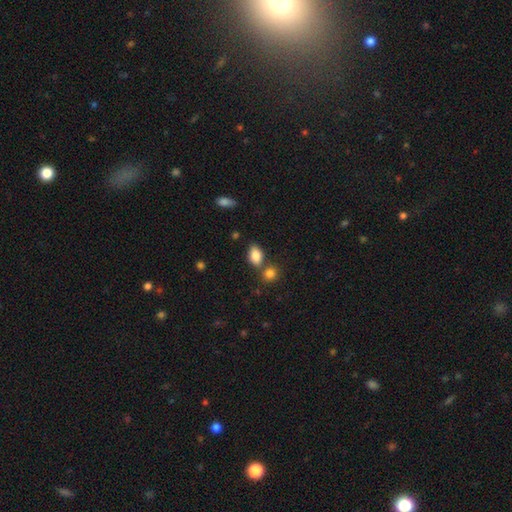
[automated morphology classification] smooth 84%, star or artifact 9%, featured or disk 7%. Down the decision tree: how rounded — in between (83%); merging — none (62%).